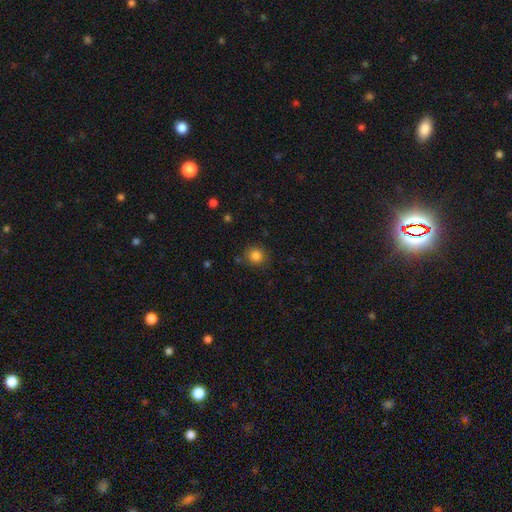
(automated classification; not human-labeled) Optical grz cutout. It shows a smooth galaxy with no disk features (84%) that is round (90%). Merging: none (83%).